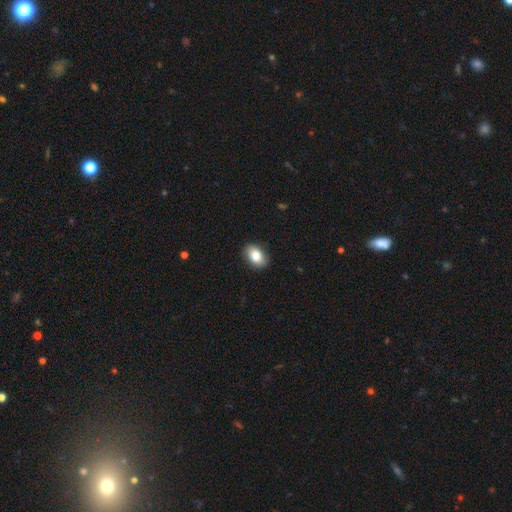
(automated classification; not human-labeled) This is clearly a smooth galaxy (82%). How rounded: clearly in between (84%). Merging: clearly none (88%).